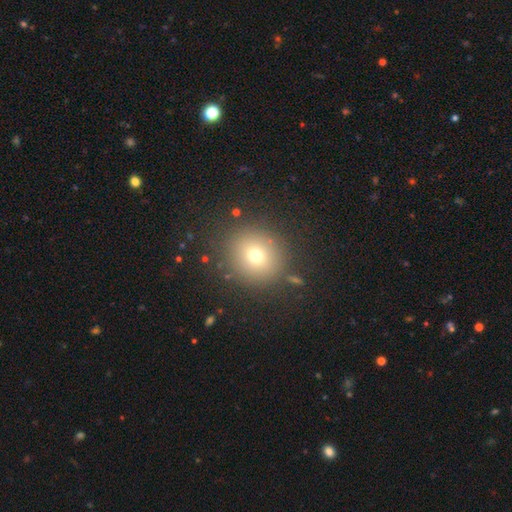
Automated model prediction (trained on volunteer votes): This is likely a smooth galaxy (70%). How rounded: clearly round (86%). Merging: clearly none (86%).